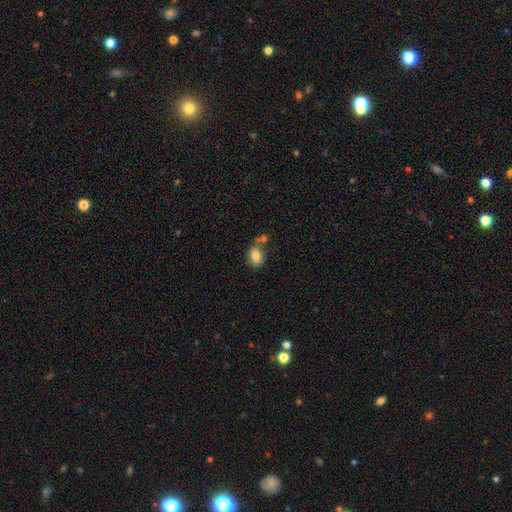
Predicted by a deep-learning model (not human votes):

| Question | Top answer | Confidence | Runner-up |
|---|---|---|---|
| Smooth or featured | smooth | 82% | featured or disk (9%) |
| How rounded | in between | 76% | round (22%) |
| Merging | none | 53% | merger (26%) |